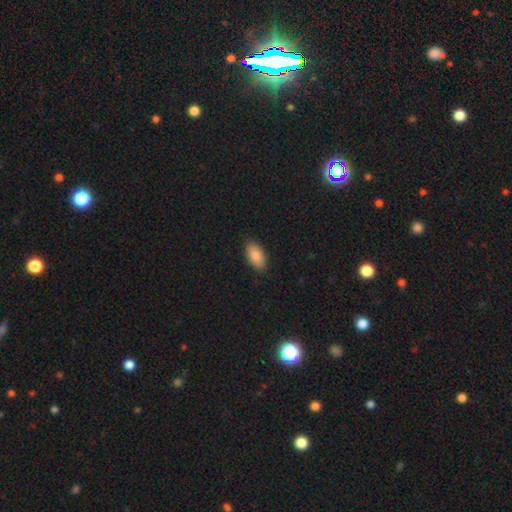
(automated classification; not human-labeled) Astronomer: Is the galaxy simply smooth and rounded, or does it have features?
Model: smooth — 85%.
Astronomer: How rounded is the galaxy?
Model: in between — 94%.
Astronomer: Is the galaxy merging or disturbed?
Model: none — 87%.